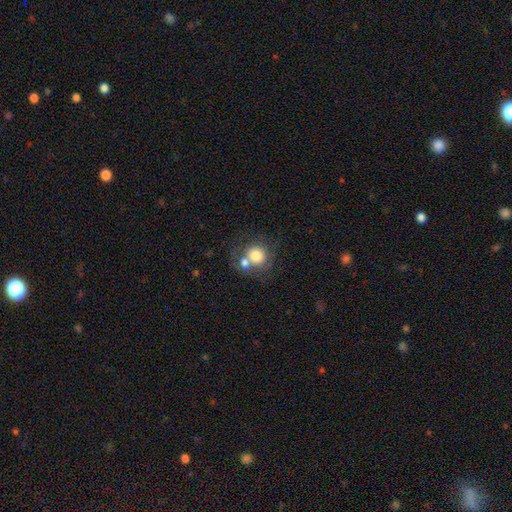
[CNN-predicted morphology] A smooth galaxy with no disk features (75%) that is round (82%).

Vote fractions:
- Smooth or featured? smooth: 75% / featured or disk: 17% / star or artifact: 8%
- How rounded? round: 82% / in between: 17% / cigar-shaped: 1%
- Merging? merger: 46% / none: 36% / minor disturbance: 10% / major disturbance: 7%